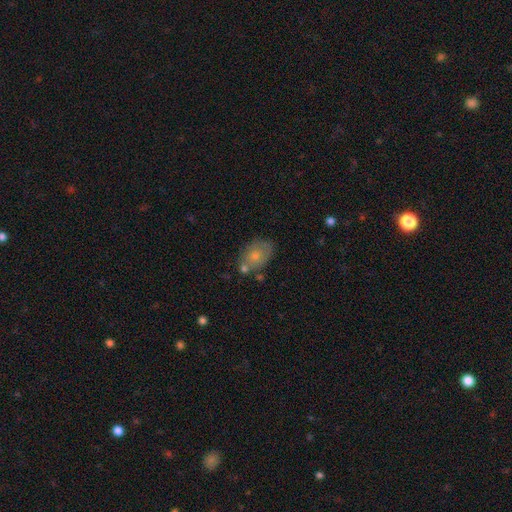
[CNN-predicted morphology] smooth_or_featured: smooth (p=0.72) [alt: featured or disk p=0.20]
how_rounded: in between (p=0.80) [alt: round p=0.18]
merging: none (p=0.57) [alt: minor disturbance p=0.21]